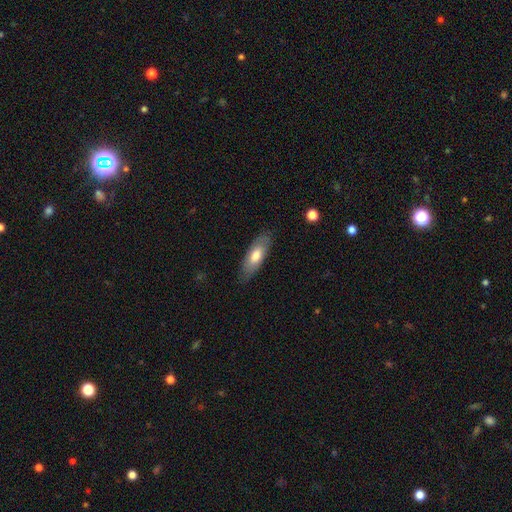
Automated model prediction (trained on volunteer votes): A smooth galaxy with no disk features (70%) that is in between round and cigar-shaped (73%). Merging: none (82%).